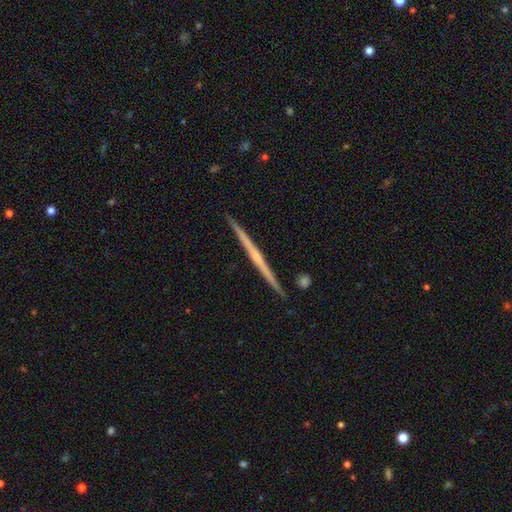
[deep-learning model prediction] Smooth or featured: featured or disk — 76% (smooth — 19%)
Edge-on disk: yes — 99% (no — 1%)
Edge-on bulge: none — 55% (rounded — 38%)
Merging: none — 92% (minor disturbance — 5%)